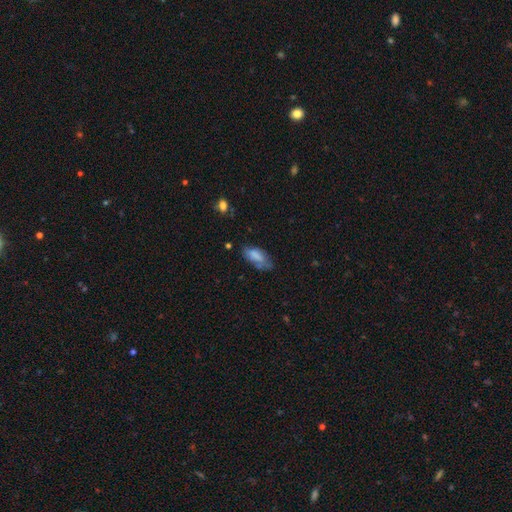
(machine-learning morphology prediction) smooth-or-featured: smooth: 74% | featured or disk: 18% | star or artifact: 8%
  how-rounded: in between: 86% | cigar-shaped: 11% | round: 2%
  merging: none: 49% | minor disturbance: 32% | major disturbance: 14% | merger: 5%